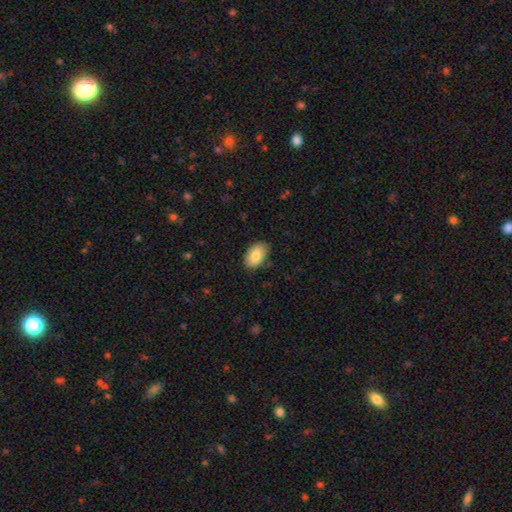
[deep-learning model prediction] smooth_or_featured: smooth (p=0.84) [alt: featured or disk p=0.09]
how_rounded: in between (p=0.92) [alt: round p=0.07]
merging: none (p=0.84) [alt: minor disturbance p=0.13]